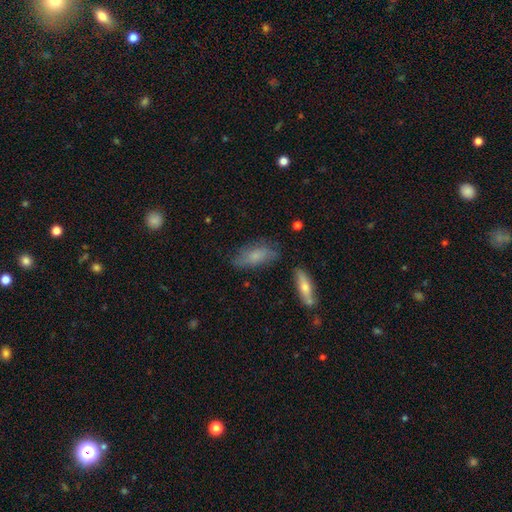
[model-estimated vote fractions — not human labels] smooth_or_featured: smooth (p=0.67) [alt: featured or disk p=0.25]
how_rounded: in between (p=0.77) [alt: cigar-shaped p=0.20]
merging: none (p=0.66) [alt: minor disturbance p=0.23]